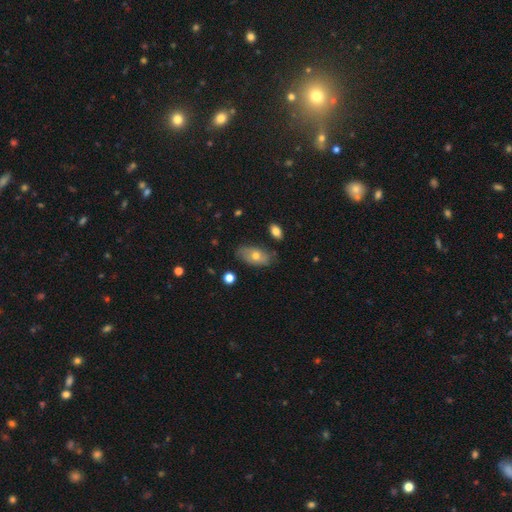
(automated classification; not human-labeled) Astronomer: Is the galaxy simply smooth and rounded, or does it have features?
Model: smooth — 61%.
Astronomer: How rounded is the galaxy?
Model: in between — 91%.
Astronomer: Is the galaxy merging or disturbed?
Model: none — 72%.